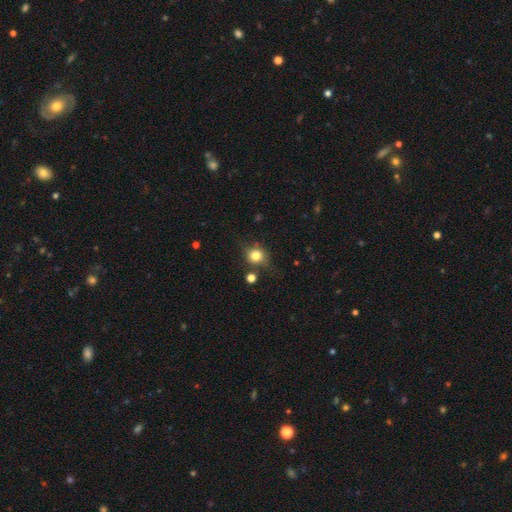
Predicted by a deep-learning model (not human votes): Smooth or featured? smooth (77%)
How rounded? round (78%)
Merging? none (71%)